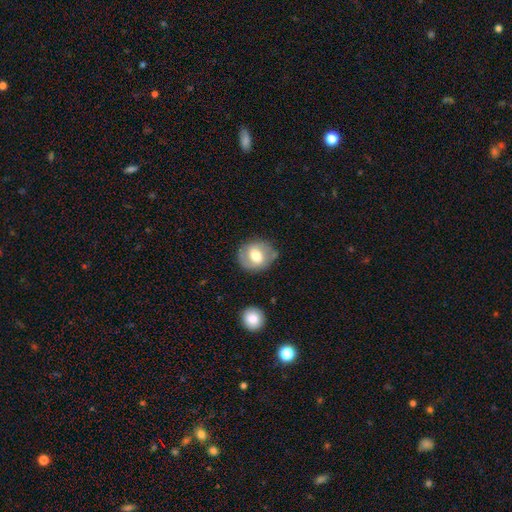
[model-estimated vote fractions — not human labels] Q: Smooth or featured?
A: smooth (52%); runner-up: featured or disk (41%)
Q: How rounded?
A: round (71%); runner-up: in between (28%)
Q: Merging?
A: none (74%); runner-up: minor disturbance (18%)